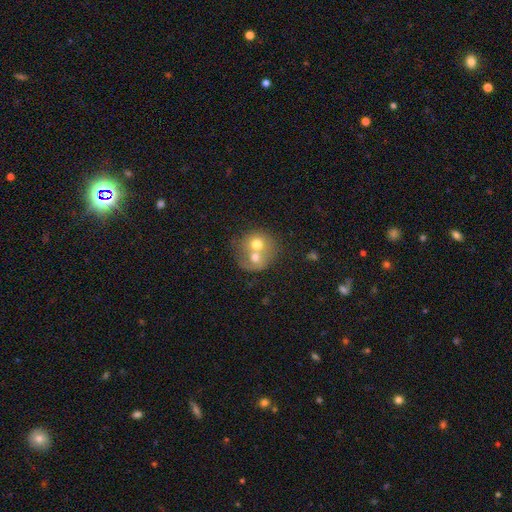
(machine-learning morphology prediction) This is possibly a smooth galaxy (55%). How rounded: likely round (76%). Merging: likely merger (71%).